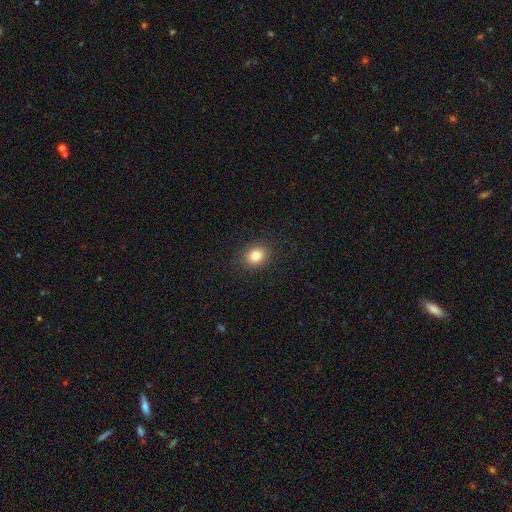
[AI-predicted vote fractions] Smooth or featured?
  - smooth: 82% *
  - star or artifact: 10%
  - featured or disk: 7%
How rounded?
  - round: 53% *
  - in between: 46%
  - cigar-shaped: 1%
Merging?
  - none: 86% *
  - minor disturbance: 10%
  - major disturbance: 3%
  - merger: 1%